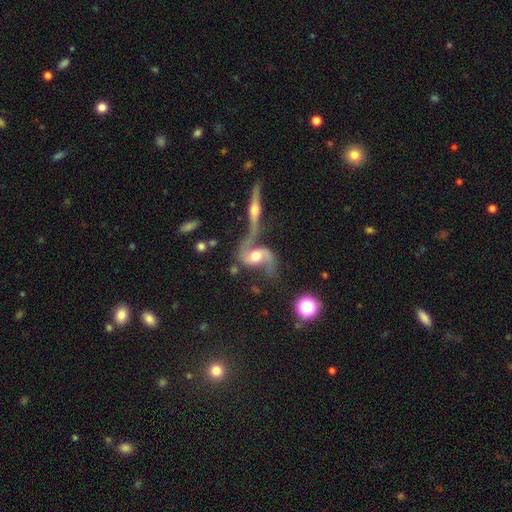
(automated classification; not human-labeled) A featured or disk galaxy (82%) with no bar (53%), 2 (89%) loose (60%) spiral arms (93%) and a moderate central bulge (62%). Merging: merger (52%).